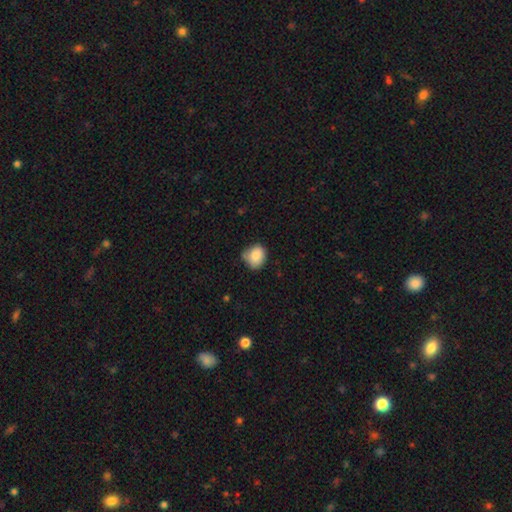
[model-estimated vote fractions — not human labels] Smooth or featured? Predicted: smooth (p=0.85). How rounded? Predicted: round (p=0.71). Merging? Predicted: none (p=0.59).